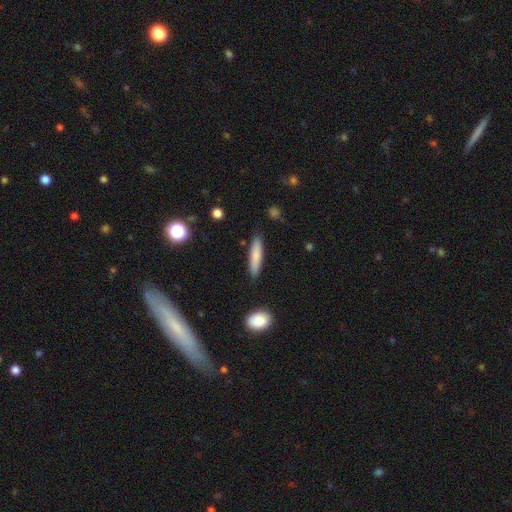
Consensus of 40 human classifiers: Smooth or featured? 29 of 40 (72%) said smooth. How rounded? 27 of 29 (93%) said cigar-shaped. Merging? 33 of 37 (89%) said none.